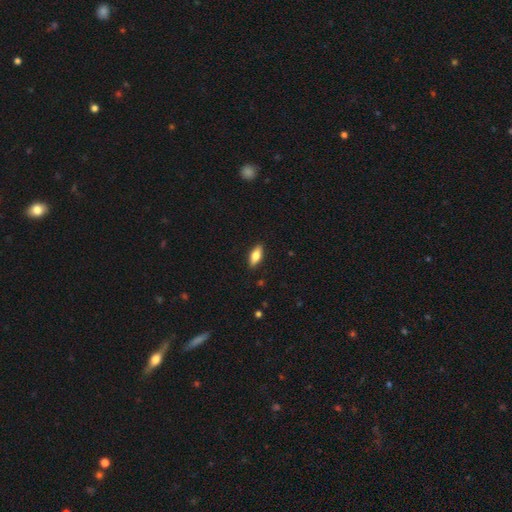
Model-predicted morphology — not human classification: This is likely a smooth galaxy (72%). How rounded: likely in between (75%). Merging: clearly none (89%).